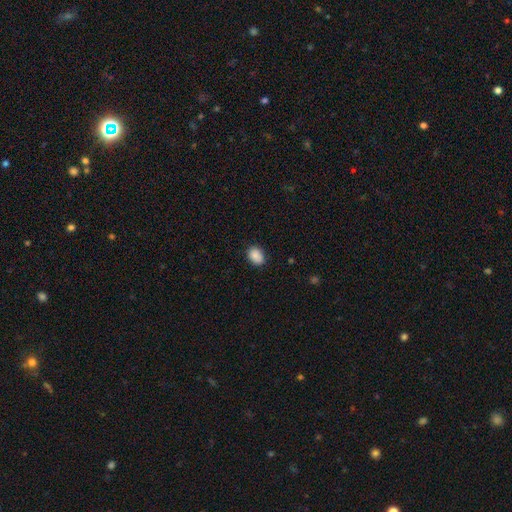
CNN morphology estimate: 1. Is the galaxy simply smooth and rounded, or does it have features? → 88% smooth, 8% star or artifact, 4% featured or disk.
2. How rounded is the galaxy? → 68% in between, 31% round, 1% cigar-shaped.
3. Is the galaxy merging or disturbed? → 82% none, 14% minor disturbance, 3% major disturbance, 1% merger.